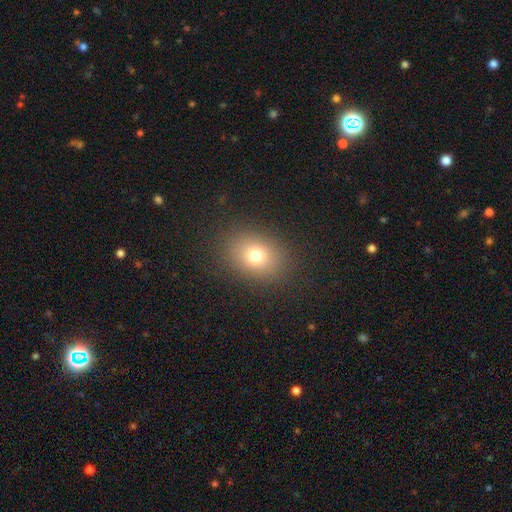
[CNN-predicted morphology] Overall: smooth (75%). How rounded: in between (50%; round 49%). Merging: none (87%).